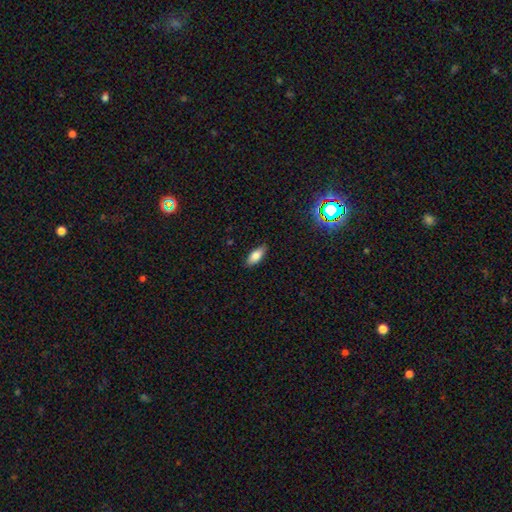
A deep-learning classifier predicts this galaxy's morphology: Smooth or featured? Predicted: smooth (p=0.80). How rounded? Predicted: in between (p=0.81). Merging? Predicted: none (p=0.87).